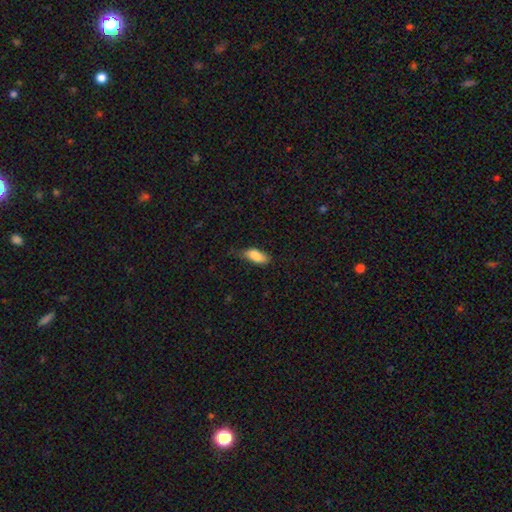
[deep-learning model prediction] A smooth galaxy with no disk features (85%) that is in between round and cigar-shaped (82%).

Vote fractions:
- Smooth or featured? smooth: 85% / featured or disk: 8% / star or artifact: 7%
- How rounded? in between: 82% / cigar-shaped: 15% / round: 2%
- Merging? none: 59% / minor disturbance: 31% / major disturbance: 8% / merger: 2%